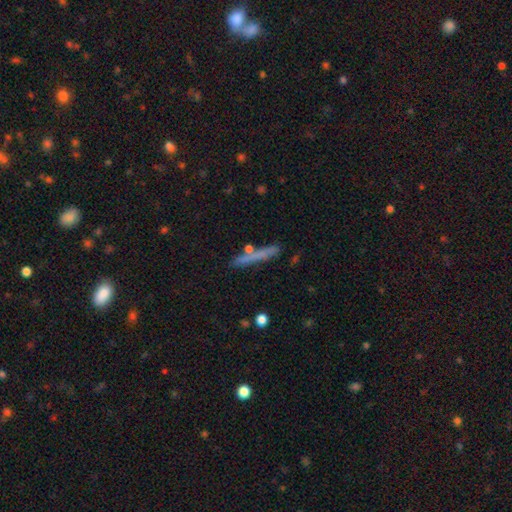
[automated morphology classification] This is possibly a smooth galaxy (58%). How rounded: clearly cigar-shaped (94%). Merging: clearly none (81%).